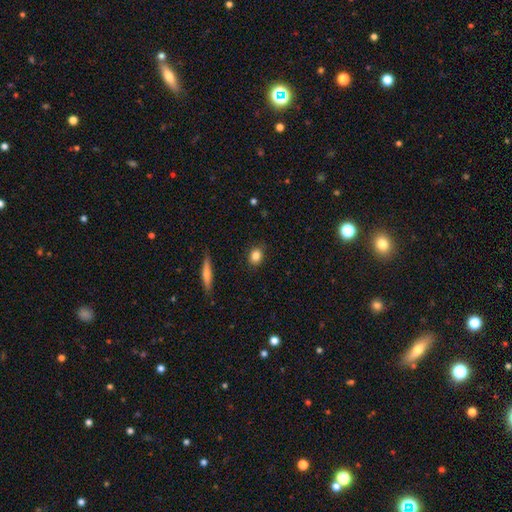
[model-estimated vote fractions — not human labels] Smooth or featured?
  - smooth: 84% *
  - star or artifact: 9%
  - featured or disk: 7%
How rounded?
  - in between: 49% *
  - round: 48%
  - cigar-shaped: 3%
Merging?
  - none: 88% *
  - minor disturbance: 9%
  - major disturbance: 2%
  - merger: 1%